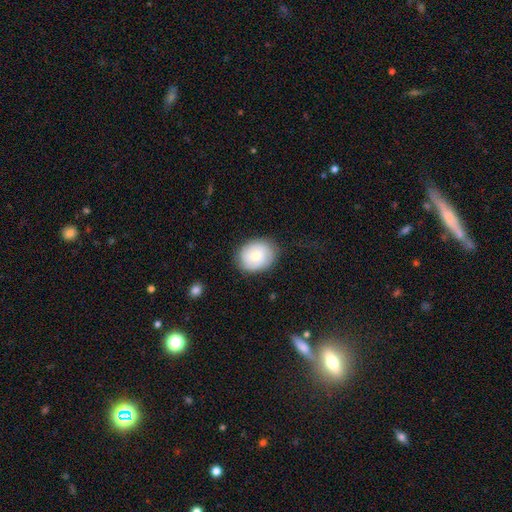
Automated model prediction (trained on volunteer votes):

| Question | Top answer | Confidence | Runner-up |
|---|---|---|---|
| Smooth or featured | featured or disk | 56% | smooth (36%) |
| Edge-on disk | no | 97% | yes (3%) |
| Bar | no | 73% | weak (24%) |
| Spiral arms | yes | 89% | no (11%) |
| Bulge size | moderate | 55% | small (39%) |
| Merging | none | 81% | minor disturbance (14%) |